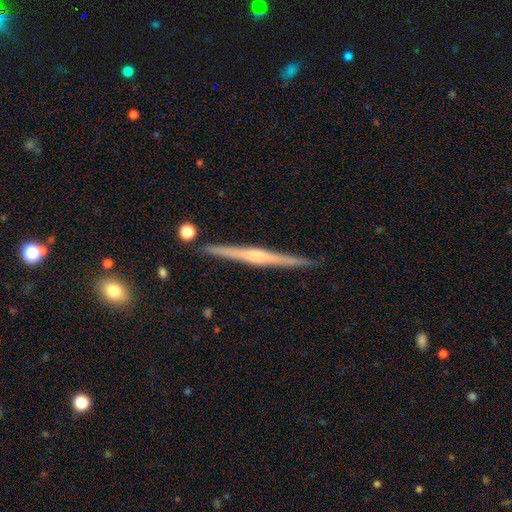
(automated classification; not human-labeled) Smooth or featured: featured or disk — 75% (smooth — 19%)
Edge-on disk: yes — 98% (no — 2%)
Edge-on bulge: rounded — 57% (none — 26%)
Merging: none — 90% (minor disturbance — 7%)